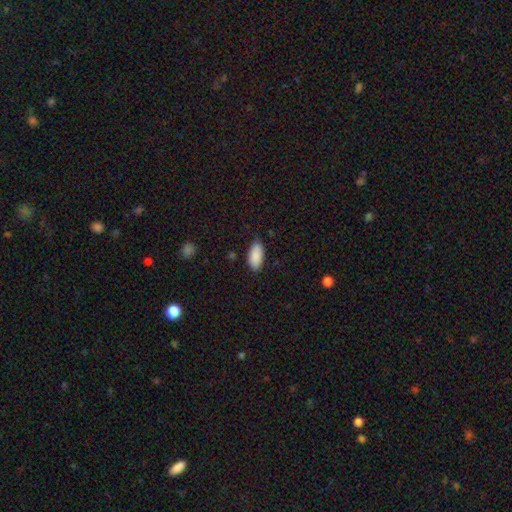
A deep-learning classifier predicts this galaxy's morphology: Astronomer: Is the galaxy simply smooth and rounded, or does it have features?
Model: smooth — 90%.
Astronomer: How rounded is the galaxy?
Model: in between — 92%.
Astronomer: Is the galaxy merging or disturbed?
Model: none — 84%.